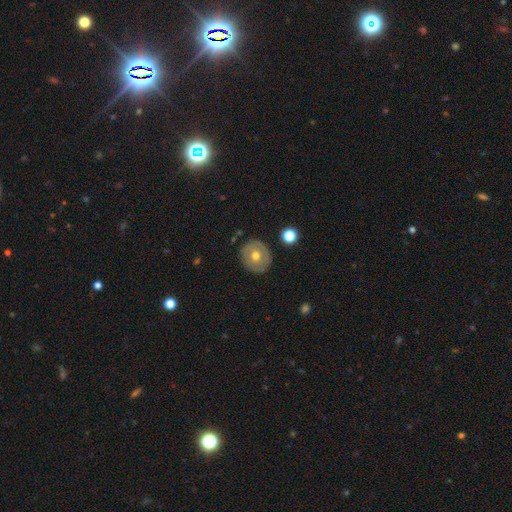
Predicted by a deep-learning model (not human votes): This is possibly a smooth galaxy (50%). How rounded: clearly round (84%). Merging: clearly none (85%).